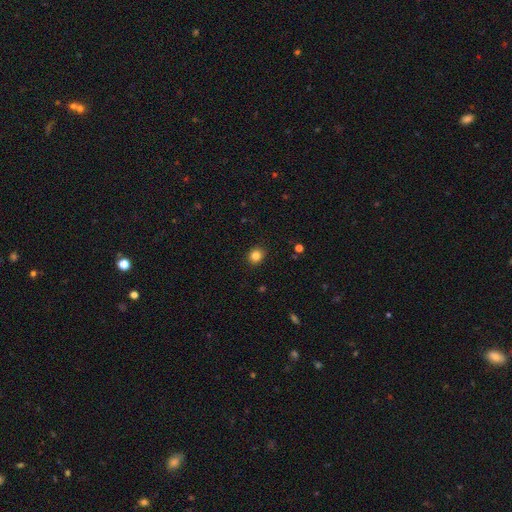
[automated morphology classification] Smooth or featured?
  - smooth: 84% *
  - star or artifact: 11%
  - featured or disk: 4%
How rounded?
  - round: 77% *
  - in between: 22%
  - cigar-shaped: 1%
Merging?
  - none: 90% *
  - minor disturbance: 7%
  - major disturbance: 2%
  - merger: 1%